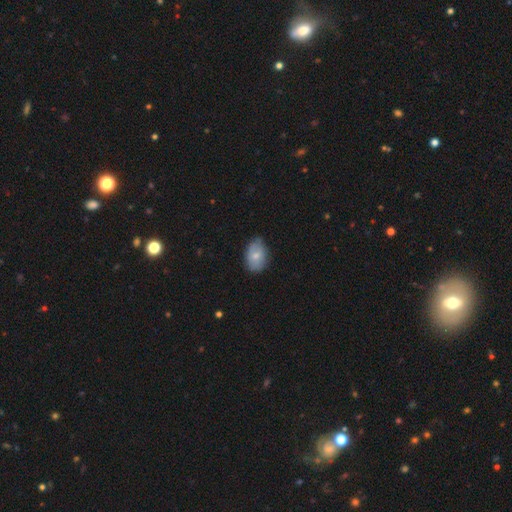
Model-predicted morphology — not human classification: A smooth galaxy with no disk features (72%) that is in between round and cigar-shaped (82%).

Vote fractions:
- Smooth or featured? smooth: 72% / featured or disk: 21% / star or artifact: 7%
- How rounded? in between: 82% / round: 17% / cigar-shaped: 1%
- Merging? none: 69% / minor disturbance: 26% / major disturbance: 4% / merger: 1%